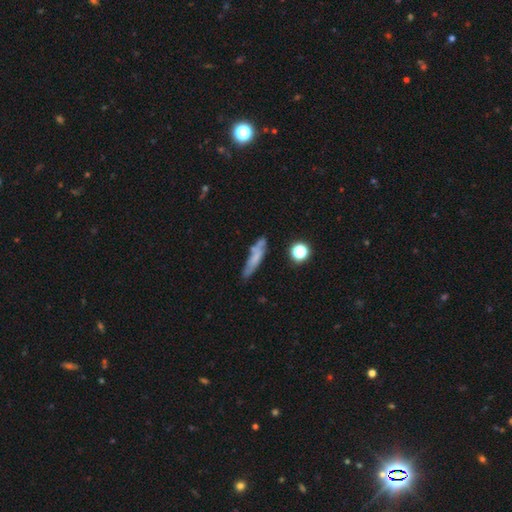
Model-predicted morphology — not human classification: Smooth or featured?
  - smooth: 56% *
  - featured or disk: 32%
  - star or artifact: 12%
How rounded?
  - cigar-shaped: 76% *
  - in between: 20%
  - round: 4%
Merging?
  - none: 61% *
  - minor disturbance: 22%
  - merger: 9%
  - major disturbance: 8%